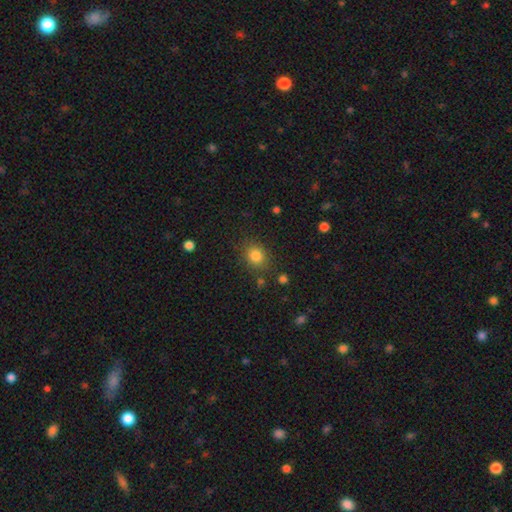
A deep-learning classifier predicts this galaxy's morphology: Overall: smooth (83%). How rounded: round (68%; in between 31%). Merging: none (82%).